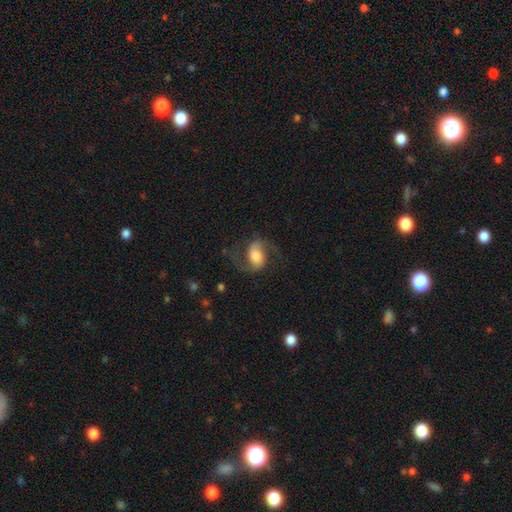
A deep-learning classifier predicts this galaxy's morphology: Q: Smooth or featured?
A: featured or disk (73%); runner-up: smooth (20%)
Q: Edge-on disk?
A: no (97%); runner-up: yes (3%)
Q: Bar?
A: no (40%); runner-up: weak (39%)
Q: Spiral arms?
A: yes (94%); runner-up: no (6%)
Q: Spiral winding?
A: loose (49%); runner-up: medium (42%)
Q: Spiral arm count?
A: 2 (92%); runner-up: 1 (3%)
Q: Bulge size?
A: moderate (43%); runner-up: large (33%)
Q: Merging?
A: none (67%); runner-up: minor disturbance (16%)